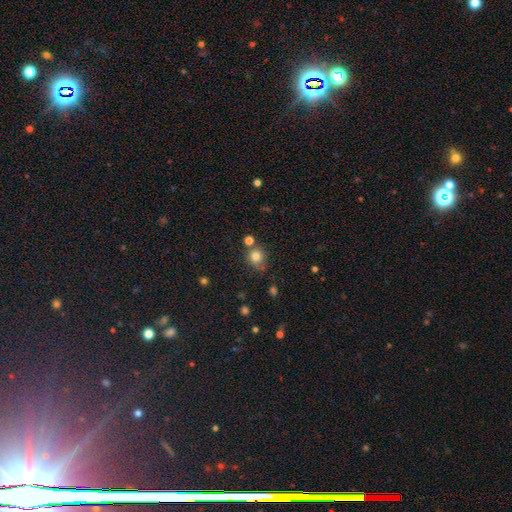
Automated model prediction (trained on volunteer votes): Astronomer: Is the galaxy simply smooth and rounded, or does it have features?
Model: smooth — 80%.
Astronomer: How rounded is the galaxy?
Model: round — 85%.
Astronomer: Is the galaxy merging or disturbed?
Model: none — 69%.